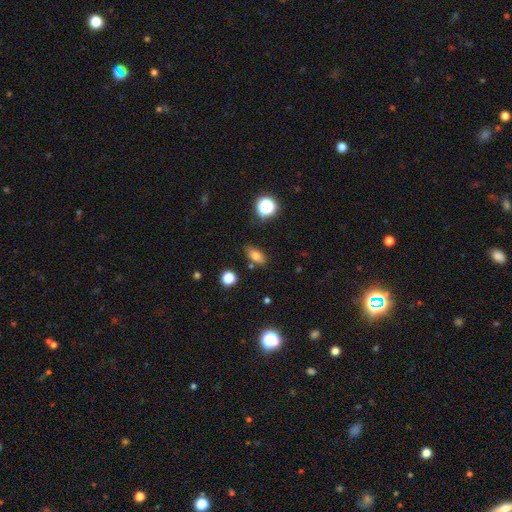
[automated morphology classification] Smooth or featured?
  - smooth: 76% *
  - star or artifact: 14%
  - featured or disk: 11%
How rounded?
  - in between: 79% *
  - round: 11%
  - cigar-shaped: 10%
Merging?
  - none: 81% *
  - minor disturbance: 12%
  - merger: 4%
  - major disturbance: 3%